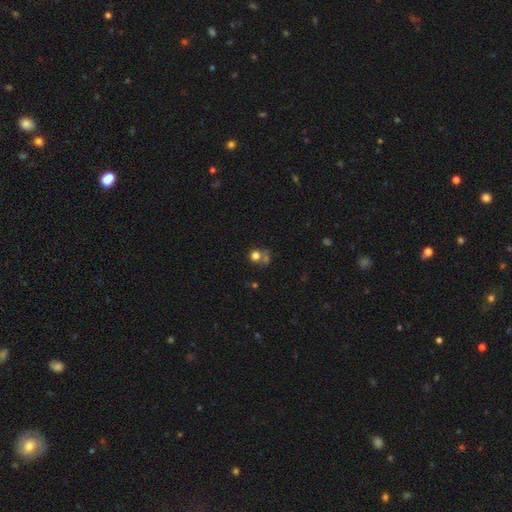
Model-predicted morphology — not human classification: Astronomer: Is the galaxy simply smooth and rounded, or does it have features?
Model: smooth — 72%.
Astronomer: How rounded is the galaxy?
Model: round — 83%.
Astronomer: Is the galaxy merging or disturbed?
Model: none — 48% (runner-up: merger, 35%).